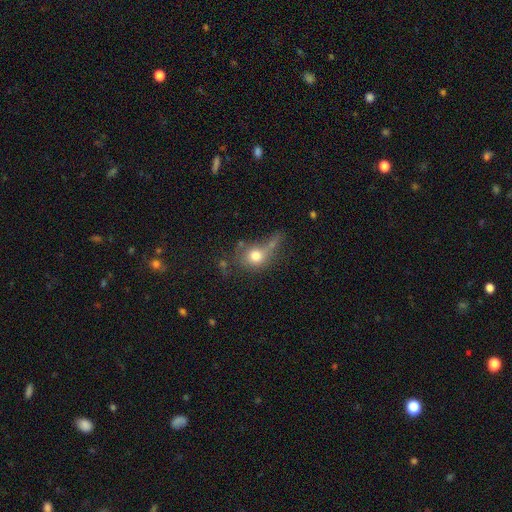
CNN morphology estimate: type=smooth (72%); roundness=round (65%); merging=none (34%).